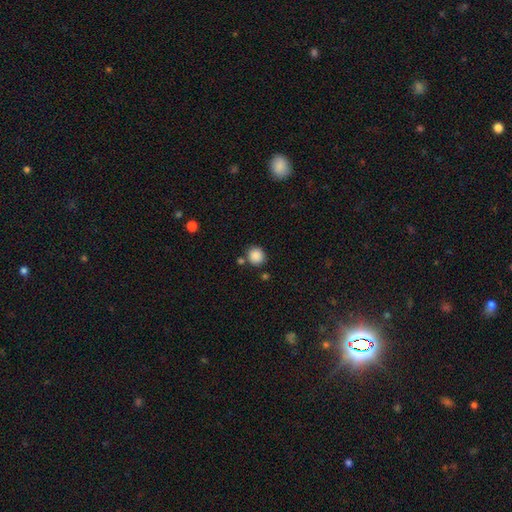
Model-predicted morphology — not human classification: A smooth galaxy with no disk features (87%) that is round (89%).

Vote fractions:
- Smooth or featured? smooth: 87% / star or artifact: 9% / featured or disk: 3%
- How rounded? round: 89% / in between: 10% / cigar-shaped: 1%
- Merging? none: 79% / minor disturbance: 10% / merger: 8% / major disturbance: 3%